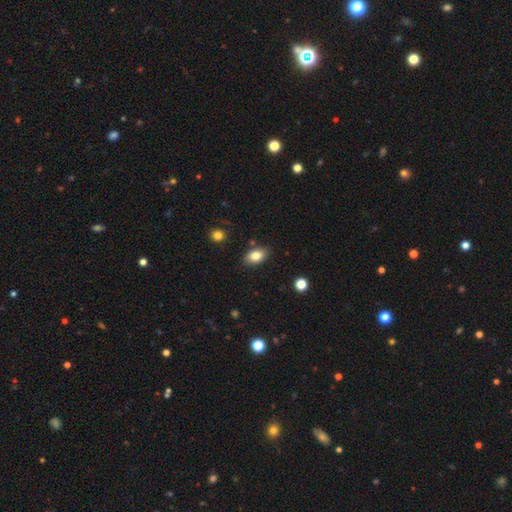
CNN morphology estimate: This is clearly a smooth galaxy (82%). How rounded: clearly in between (89%). Merging: clearly none (83%).